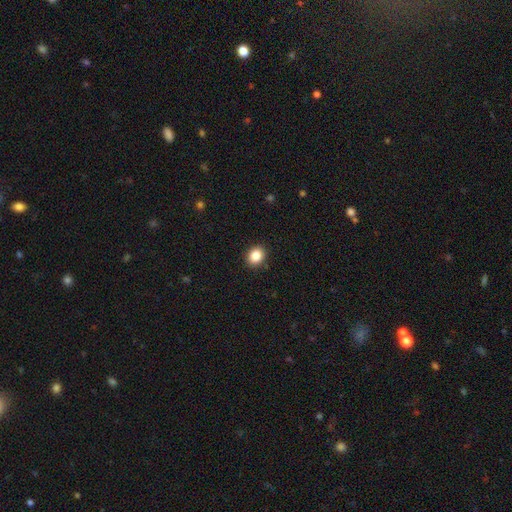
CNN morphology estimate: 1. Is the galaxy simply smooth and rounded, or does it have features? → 86% smooth, 9% star or artifact, 4% featured or disk.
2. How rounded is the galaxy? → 59% round, 40% in between, 1% cigar-shaped.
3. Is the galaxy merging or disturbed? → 90% none, 7% minor disturbance, 2% major disturbance, 1% merger.